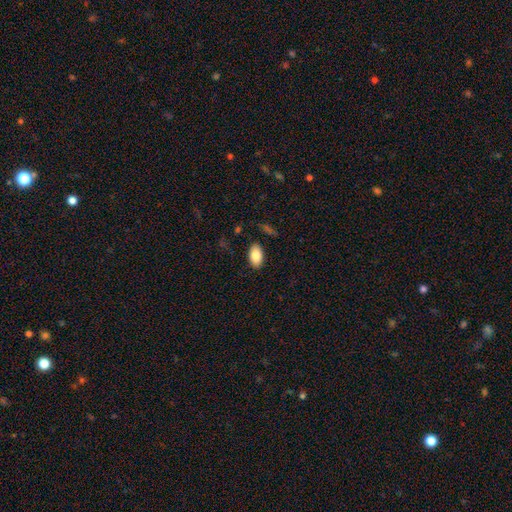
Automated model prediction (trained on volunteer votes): A smooth galaxy with no disk features (83%) that is in between round and cigar-shaped (94%). Merging: none (87%).